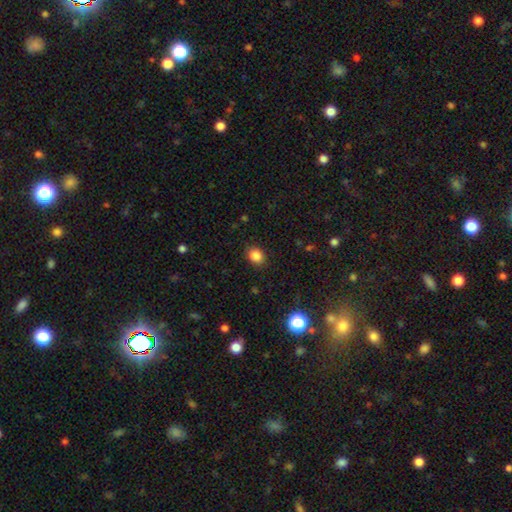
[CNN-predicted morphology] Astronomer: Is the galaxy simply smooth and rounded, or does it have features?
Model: smooth — 85%.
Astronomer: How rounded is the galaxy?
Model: round — 52% (runner-up: in between, 47%).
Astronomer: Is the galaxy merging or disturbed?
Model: none — 88%.